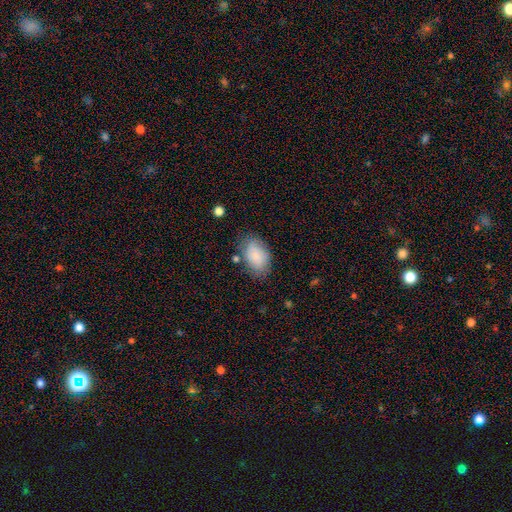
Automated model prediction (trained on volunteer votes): This is clearly a smooth galaxy (83%). How rounded: clearly in between (89%). Merging: likely none (72%).